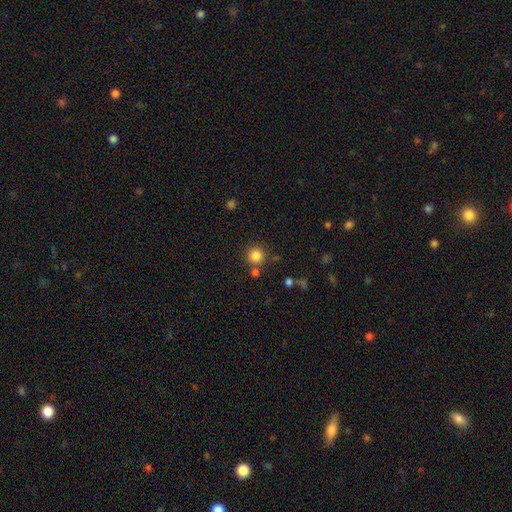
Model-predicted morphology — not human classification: Smooth or featured?
  - smooth: 84% *
  - star or artifact: 12%
  - featured or disk: 5%
How rounded?
  - round: 94% *
  - in between: 5%
  - cigar-shaped: 1%
Merging?
  - none: 78% *
  - merger: 11%
  - minor disturbance: 8%
  - major disturbance: 3%